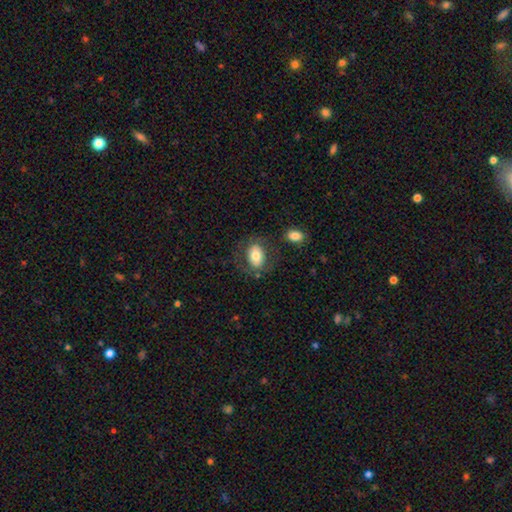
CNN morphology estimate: type=smooth (75%); roundness=in between (81%); merging=none (71%).